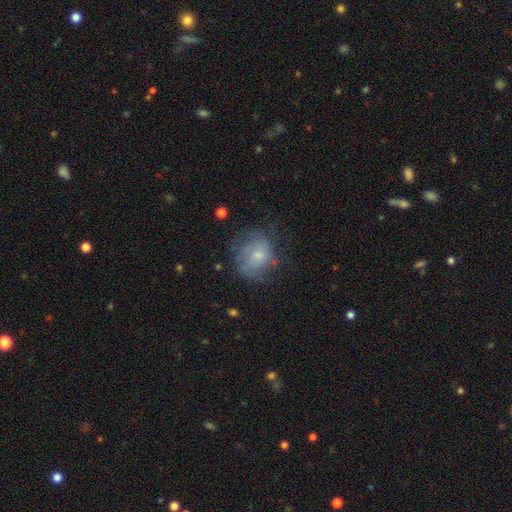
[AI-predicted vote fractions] A featured or disk galaxy (48%). Merging: none (56%).